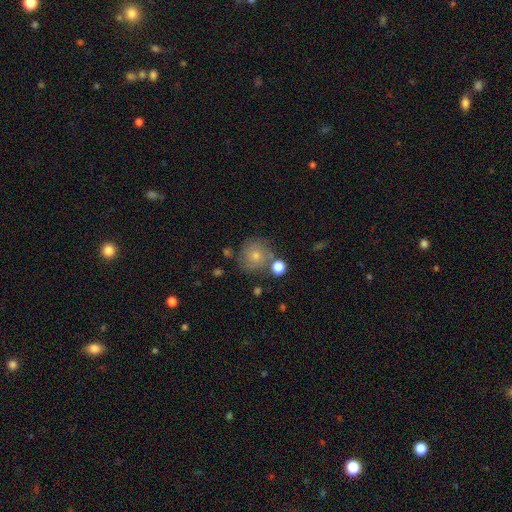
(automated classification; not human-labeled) Smooth or featured? Predicted: smooth (p=0.46). Merging? Predicted: none (p=0.74).